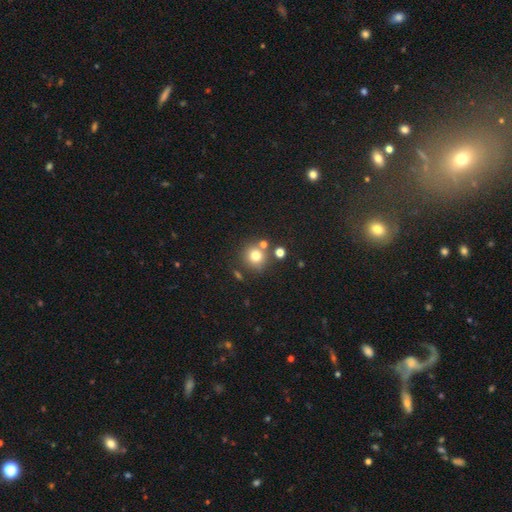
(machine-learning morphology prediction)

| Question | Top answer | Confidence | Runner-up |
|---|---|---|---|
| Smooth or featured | smooth | 76% | star or artifact (14%) |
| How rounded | round | 91% | in between (8%) |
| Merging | none | 73% | merger (14%) |